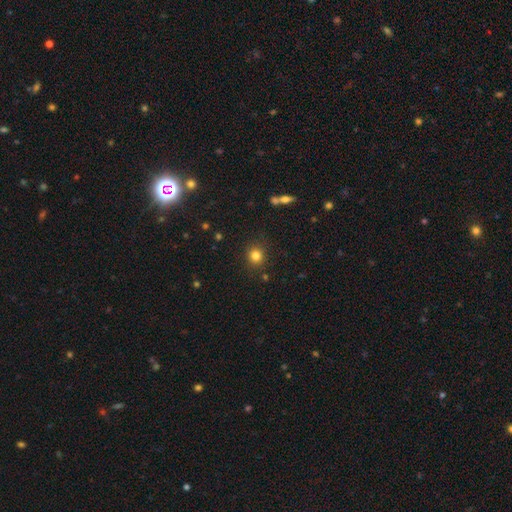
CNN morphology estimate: The model was most divided on "smooth or featured": smooth: 82%, star or artifact: 12%, featured or disk: 6%. More confident: how rounded — round (87%); merging — none (87%).